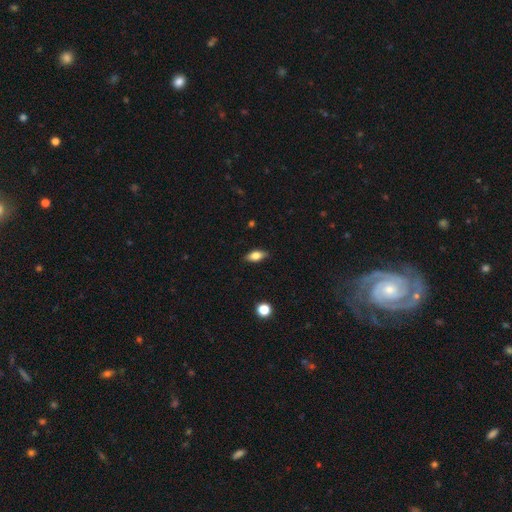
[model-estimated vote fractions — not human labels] A smooth galaxy with no disk features (75%) that is in between round and cigar-shaped (85%). Merging: none (86%).